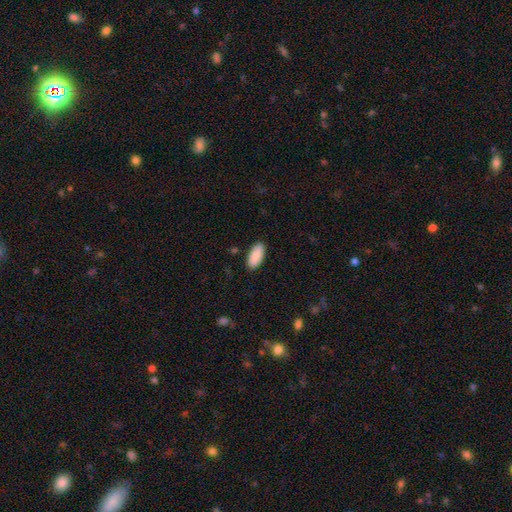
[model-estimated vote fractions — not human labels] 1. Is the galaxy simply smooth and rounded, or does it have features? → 90% smooth, 6% star or artifact, 5% featured or disk.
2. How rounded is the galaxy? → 90% in between, 8% cigar-shaped, 2% round.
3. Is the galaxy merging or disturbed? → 89% none, 8% minor disturbance, 2% major disturbance, 1% merger.